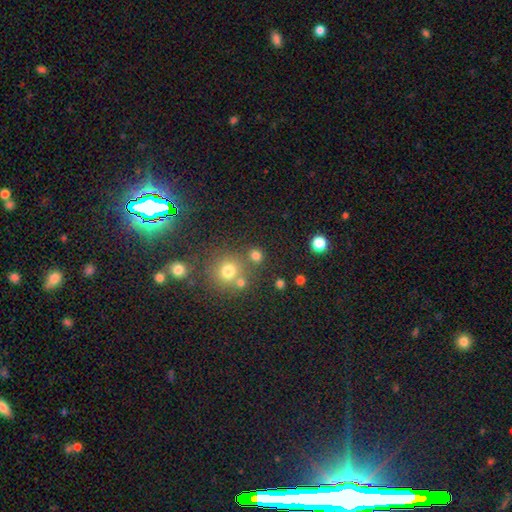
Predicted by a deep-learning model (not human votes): Smooth or featured?
  - smooth: 76% *
  - star or artifact: 18%
  - featured or disk: 6%
How rounded?
  - round: 85% *
  - in between: 14%
  - cigar-shaped: 1%
Merging?
  - none: 75% *
  - merger: 13%
  - minor disturbance: 8%
  - major disturbance: 4%